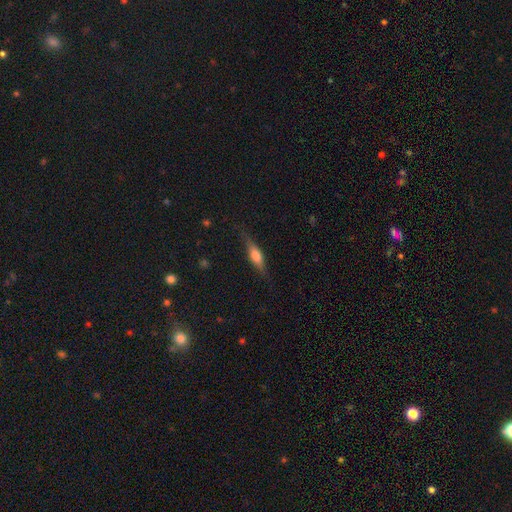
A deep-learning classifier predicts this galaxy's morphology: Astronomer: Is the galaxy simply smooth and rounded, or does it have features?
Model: smooth — 51% (runner-up: featured or disk, 42%).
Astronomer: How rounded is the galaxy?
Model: cigar-shaped — 58% (runner-up: in between, 39%).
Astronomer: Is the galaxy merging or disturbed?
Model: none — 76%.